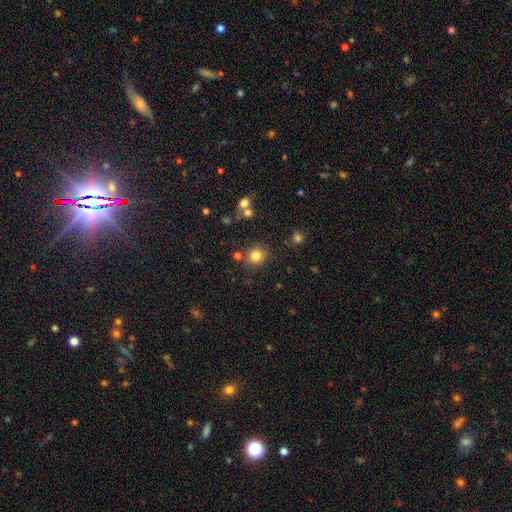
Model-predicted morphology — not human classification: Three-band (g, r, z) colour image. It shows a smooth galaxy with no disk features (81%) that is round (86%). Merging: none (82%).